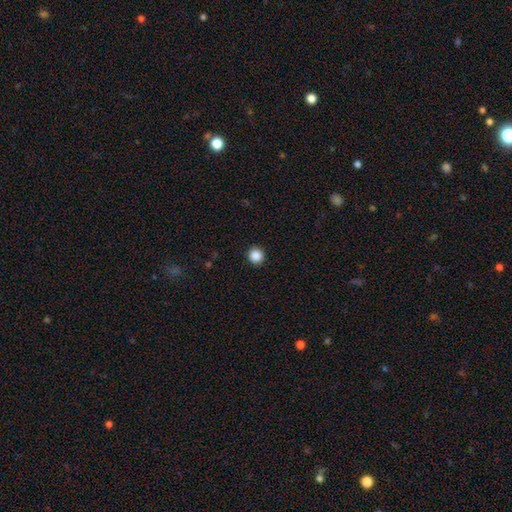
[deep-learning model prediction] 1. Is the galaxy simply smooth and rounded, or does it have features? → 87% smooth, 10% star or artifact, 3% featured or disk.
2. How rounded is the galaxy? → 92% round, 7% in between, 1% cigar-shaped.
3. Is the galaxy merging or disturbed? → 92% none, 5% minor disturbance, 2% major disturbance, 1% merger.